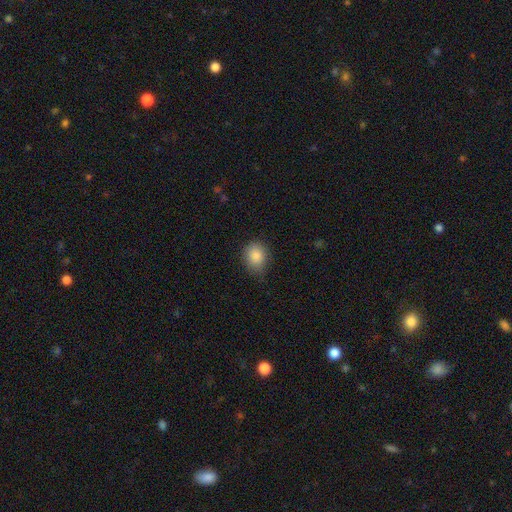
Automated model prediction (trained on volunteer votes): Smooth or featured?
  - smooth: 86% *
  - star or artifact: 8%
  - featured or disk: 5%
How rounded?
  - round: 50% *
  - in between: 49%
  - cigar-shaped: 1%
Merging?
  - none: 75% *
  - minor disturbance: 20%
  - major disturbance: 4%
  - merger: 1%